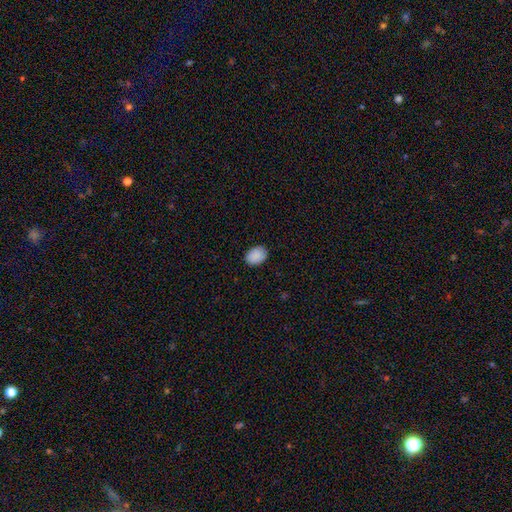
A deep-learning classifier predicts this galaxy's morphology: The model was most divided on "how rounded": in between: 71%, round: 28%, cigar-shaped: 1%. More confident: smooth or featured — smooth (90%); merging — none (88%).